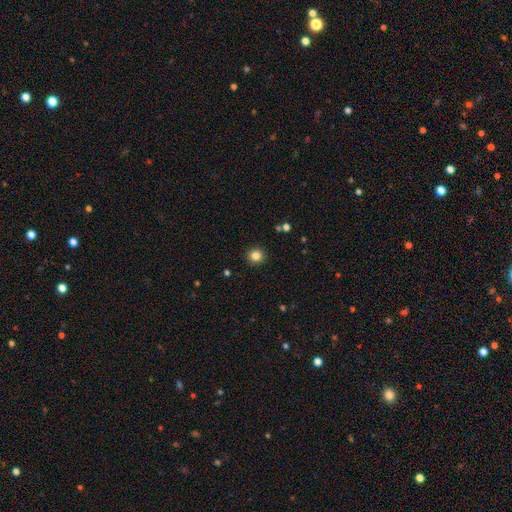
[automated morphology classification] smooth 83%, star or artifact 12%, featured or disk 5%. Down the decision tree: how rounded — round (93%); merging — none (92%).